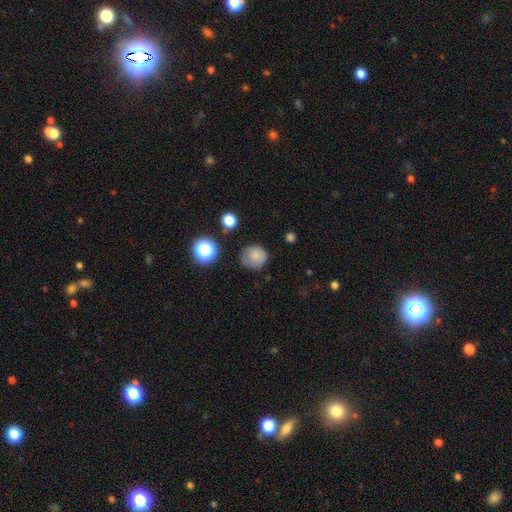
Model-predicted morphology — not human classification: Smooth or featured: smooth — 79% (star or artifact — 12%)
How rounded: round — 85% (in between — 14%)
Merging: none — 69% (minor disturbance — 22%)